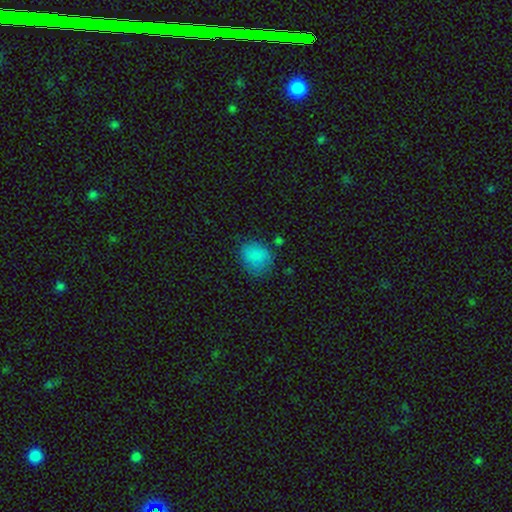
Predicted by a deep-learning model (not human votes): This appears to be a smooth galaxy with no disk features (83%) that is round (59%). Merging: none (69%).